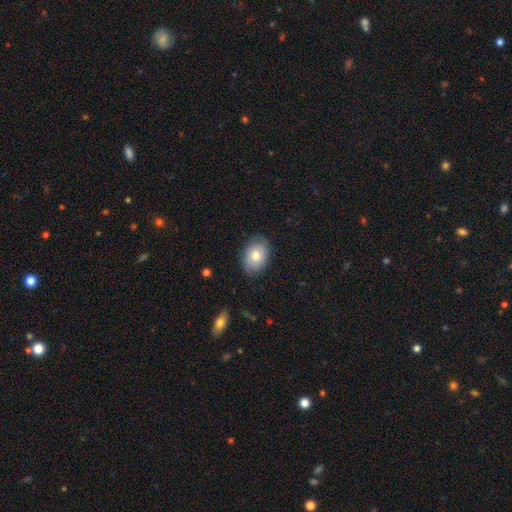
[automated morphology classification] The model was most divided on "smooth or featured": smooth: 69%, featured or disk: 23%, star or artifact: 7%. More confident: merging — none (79%); how rounded — in between (76%).